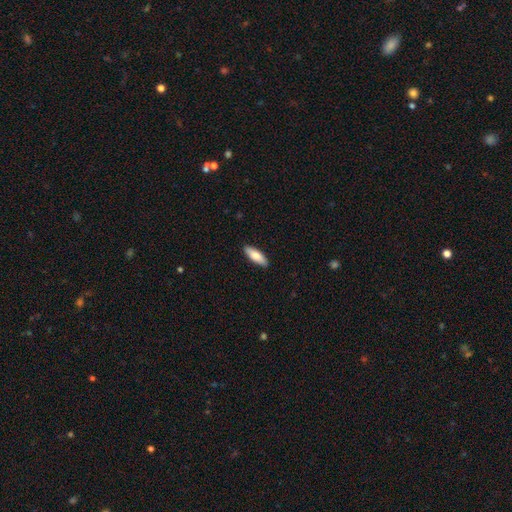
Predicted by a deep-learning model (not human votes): A smooth galaxy with no disk features (79%) that is in between round and cigar-shaped (62%).

Vote fractions:
- Smooth or featured? smooth: 79% / featured or disk: 16% / star or artifact: 5%
- How rounded? in between: 62% / cigar-shaped: 36% / round: 2%
- Merging? none: 89% / minor disturbance: 9% / major disturbance: 2% / merger: 1%